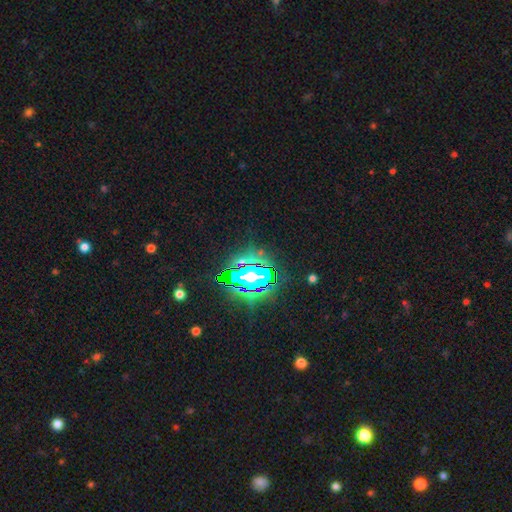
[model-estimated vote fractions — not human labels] A star or artifact, not a galaxy (79%).